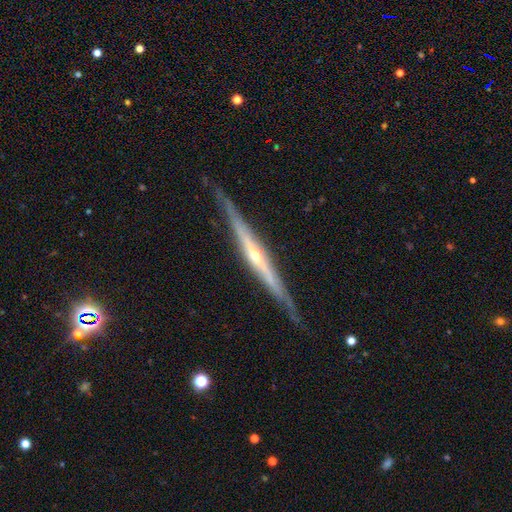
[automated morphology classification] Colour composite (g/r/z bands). It shows a featured or disk galaxy (85%) viewed edge-on (96%) with a rounded central bulge (71%). Merging: none (84%).